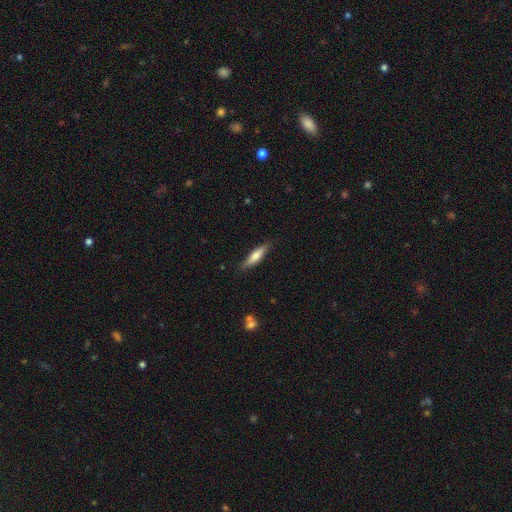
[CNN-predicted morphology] Smooth or featured? smooth (66%)
How rounded? cigar-shaped (77%)
Merging? none (84%)